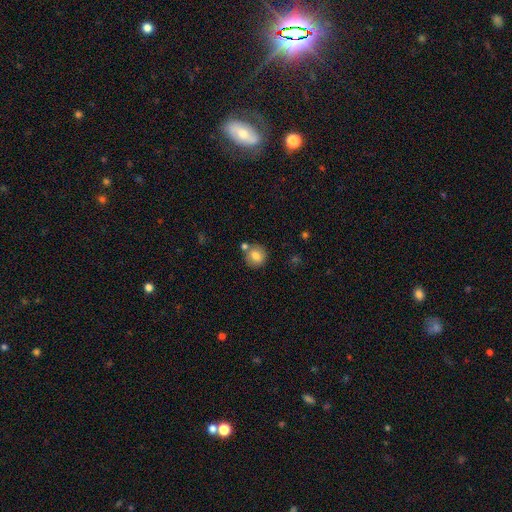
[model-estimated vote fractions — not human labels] Smooth or featured? smooth (78%)
How rounded? round (88%)
Merging? none (71%)